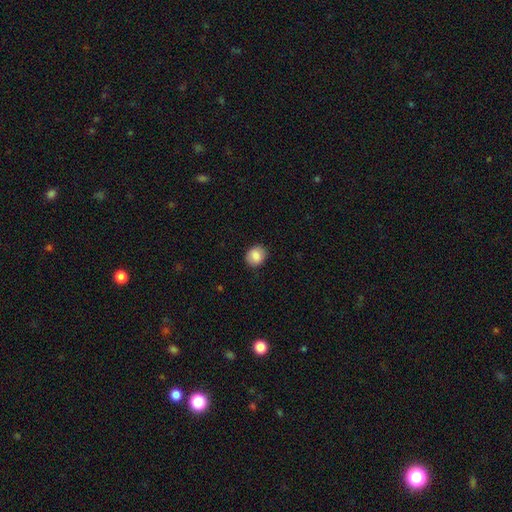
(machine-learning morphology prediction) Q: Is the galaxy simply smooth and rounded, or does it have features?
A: smooth — 86%.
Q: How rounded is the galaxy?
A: round — 62%.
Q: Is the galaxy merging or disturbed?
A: none — 86%.